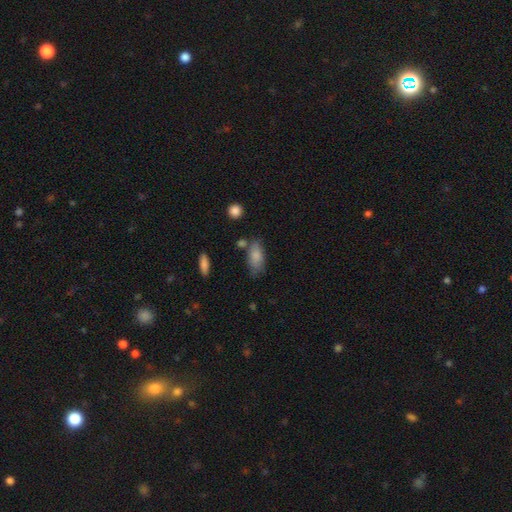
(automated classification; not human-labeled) Smooth or featured? Predicted: smooth (p=0.82). How rounded? Predicted: in between (p=0.86). Merging? Predicted: none (p=0.60).